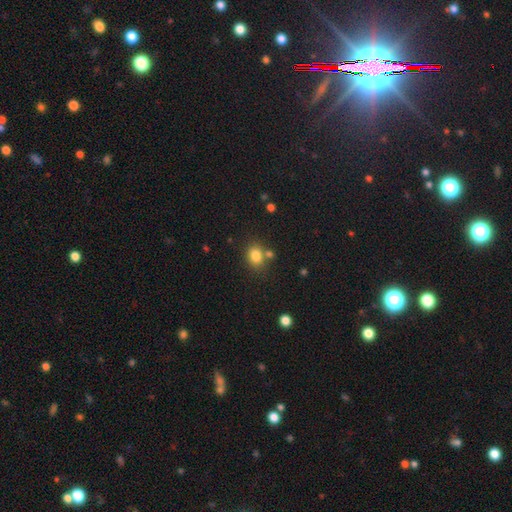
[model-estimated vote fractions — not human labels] The model was most divided on "how rounded": round: 52%, in between: 47%, cigar-shaped: 1%. More confident: smooth or featured — smooth (82%); merging — none (70%).